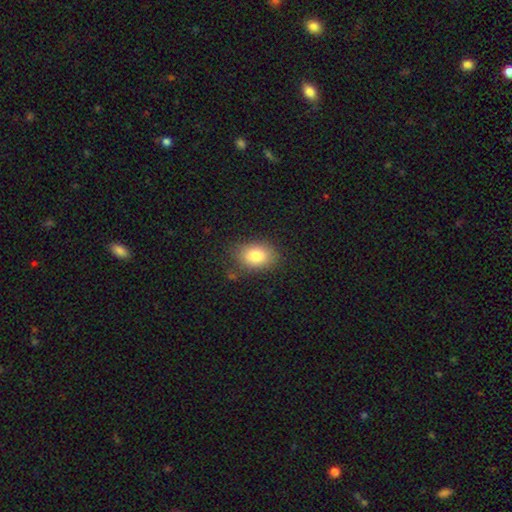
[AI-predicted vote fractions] smooth 82%, featured or disk 9%, star or artifact 9%. Down the decision tree: how rounded — in between (77%); merging — none (79%).